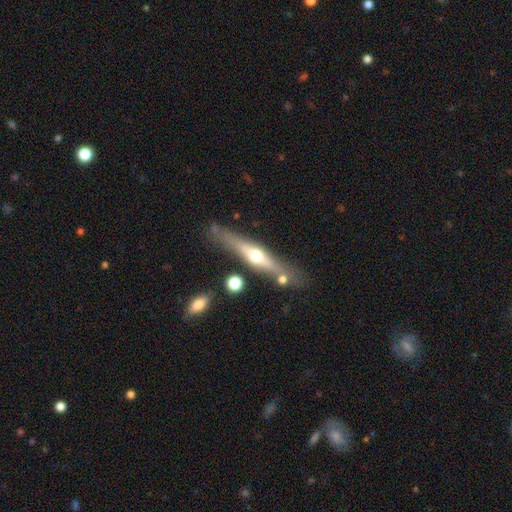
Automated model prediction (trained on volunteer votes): Smooth or featured?
  - featured or disk: 67% *
  - smooth: 27%
  - star or artifact: 6%
Edge-on disk?
  - yes: 95% *
  - no: 5%
Edge-on bulge?
  - rounded: 92% *
  - none: 4%
  - boxy: 4%
Merging?
  - none: 75% *
  - minor disturbance: 14%
  - merger: 7%
  - major disturbance: 3%